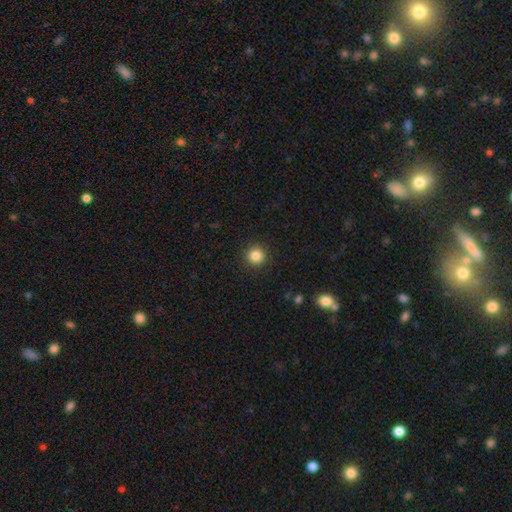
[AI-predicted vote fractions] Morphology: type=smooth (85%); roundness=round (95%); merging=none (92%).